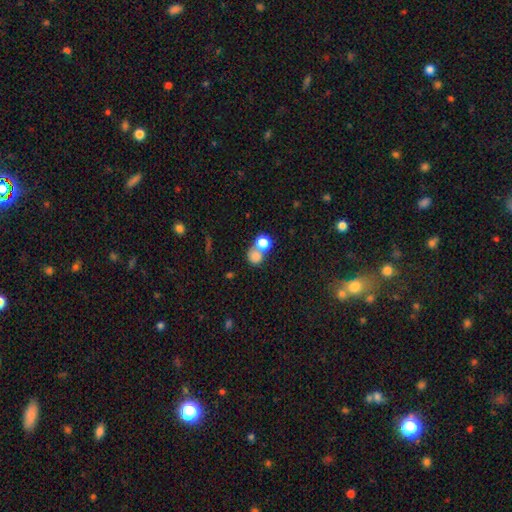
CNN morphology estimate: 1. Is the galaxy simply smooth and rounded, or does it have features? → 78% smooth, 12% star or artifact, 10% featured or disk.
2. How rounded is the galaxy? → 81% round, 17% in between, 1% cigar-shaped.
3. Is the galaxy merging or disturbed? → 51% merger, 38% none, 7% minor disturbance, 4% major disturbance.